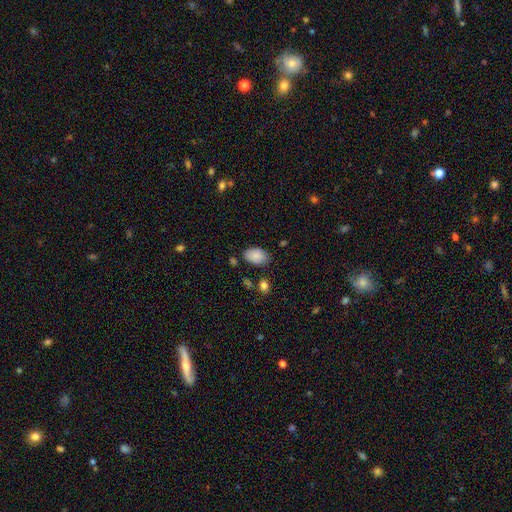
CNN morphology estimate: Smooth or featured?
  - smooth: 87% *
  - star or artifact: 7%
  - featured or disk: 6%
How rounded?
  - in between: 89% *
  - round: 10%
  - cigar-shaped: 1%
Merging?
  - none: 77% *
  - minor disturbance: 16%
  - major disturbance: 4%
  - merger: 4%